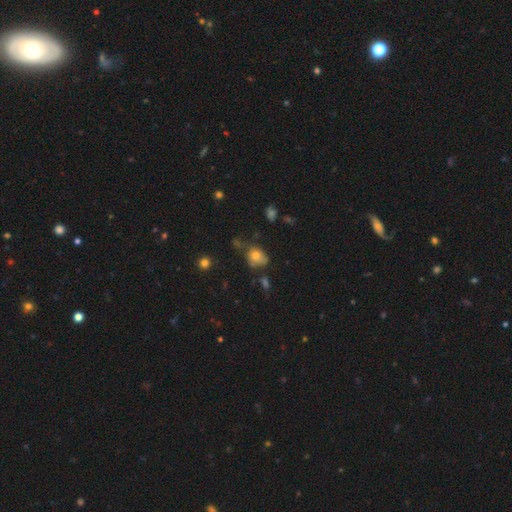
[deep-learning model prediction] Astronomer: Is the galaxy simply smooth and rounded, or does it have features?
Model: smooth — 69%.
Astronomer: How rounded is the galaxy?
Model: in between — 60% (runner-up: round, 39%).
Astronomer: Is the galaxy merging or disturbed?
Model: none — 40% (runner-up: minor disturbance, 30%).